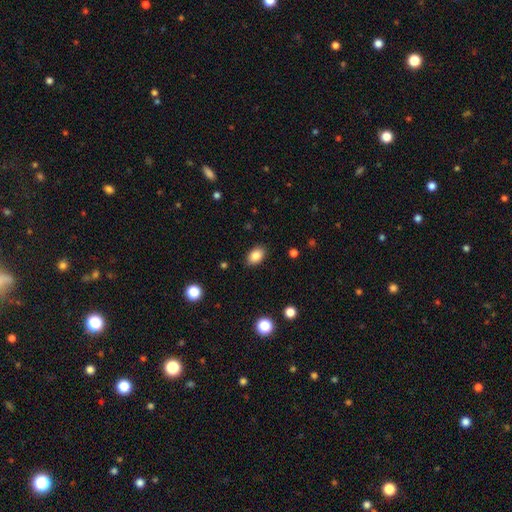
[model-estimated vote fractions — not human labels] Q: Smooth or featured?
A: smooth (85%); runner-up: star or artifact (9%)
Q: How rounded?
A: in between (83%); runner-up: round (16%)
Q: Merging?
A: none (87%); runner-up: minor disturbance (9%)